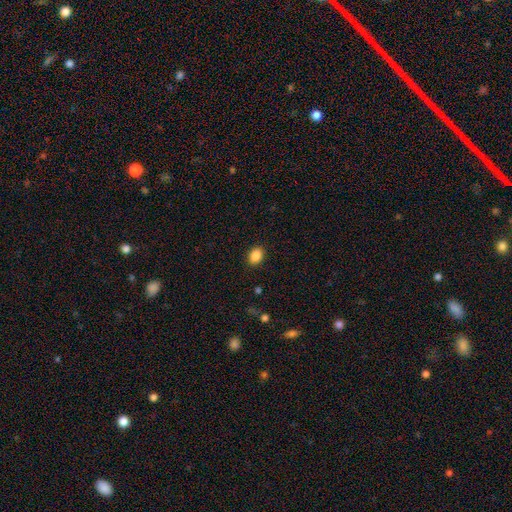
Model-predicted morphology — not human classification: smooth-or-featured: smooth: 88% | star or artifact: 9% | featured or disk: 3%
  how-rounded: in between: 75% | round: 24% | cigar-shaped: 1%
  merging: none: 89% | minor disturbance: 7% | major disturbance: 2% | merger: 1%